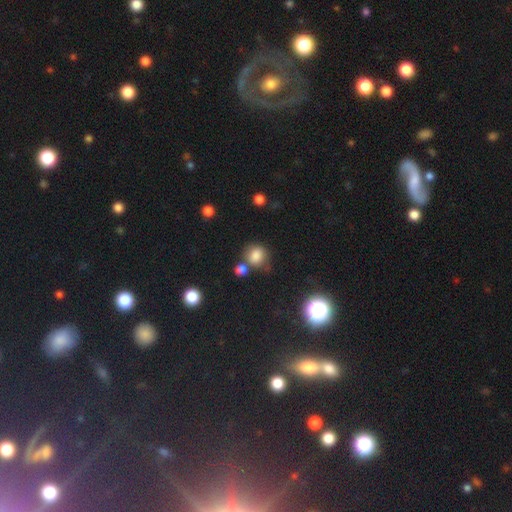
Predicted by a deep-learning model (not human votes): Smooth or featured? smooth (81%)
How rounded? round (77%)
Merging? none (56%)